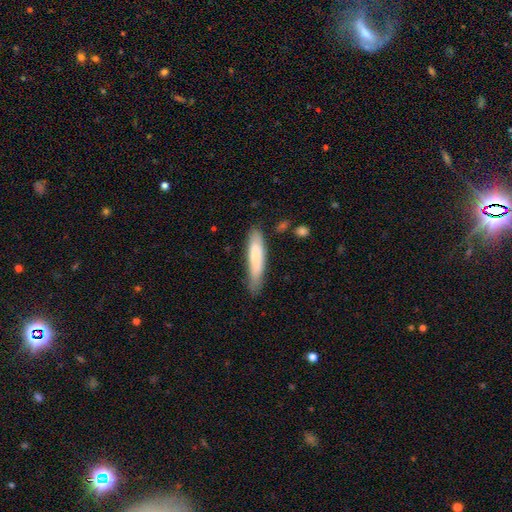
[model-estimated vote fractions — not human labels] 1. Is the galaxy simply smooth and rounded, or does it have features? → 68% smooth, 26% featured or disk, 6% star or artifact.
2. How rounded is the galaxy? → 75% cigar-shaped, 24% in between, 1% round.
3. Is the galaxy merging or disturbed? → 66% none, 25% minor disturbance, 6% major disturbance, 3% merger.